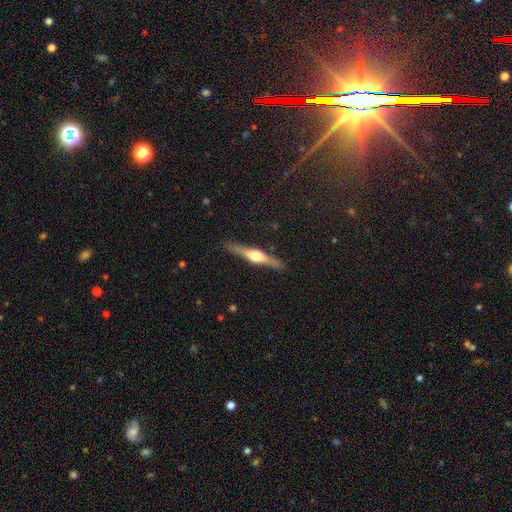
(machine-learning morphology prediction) Smooth or featured?
  - featured or disk: 77% *
  - smooth: 18%
  - star or artifact: 5%
Edge-on disk?
  - yes: 98% *
  - no: 2%
Edge-on bulge?
  - rounded: 94% *
  - boxy: 4%
  - none: 2%
Merging?
  - none: 90% *
  - minor disturbance: 8%
  - major disturbance: 2%
  - merger: 1%